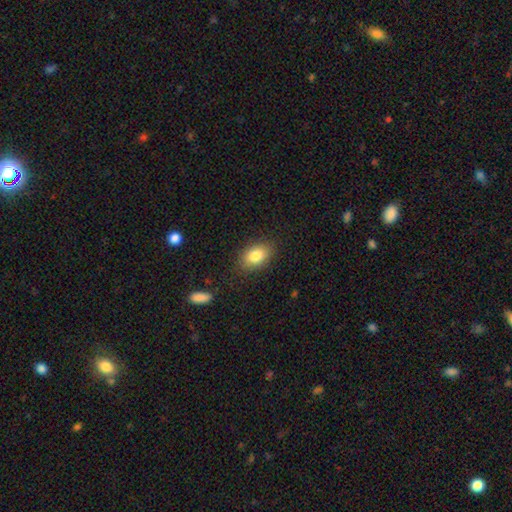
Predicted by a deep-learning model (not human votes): smooth 83%, featured or disk 9%, star or artifact 8%. Down the decision tree: how rounded — in between (86%); merging — none (85%).